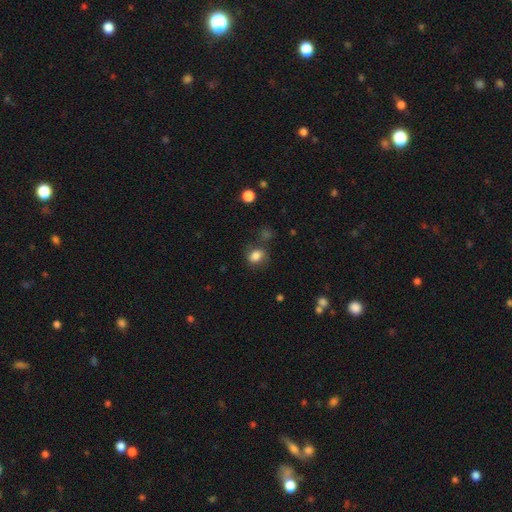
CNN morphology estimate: Q: Smooth or featured?
A: smooth (82%); runner-up: star or artifact (10%)
Q: How rounded?
A: round (52%); runner-up: in between (47%)
Q: Merging?
A: none (66%); runner-up: minor disturbance (20%)